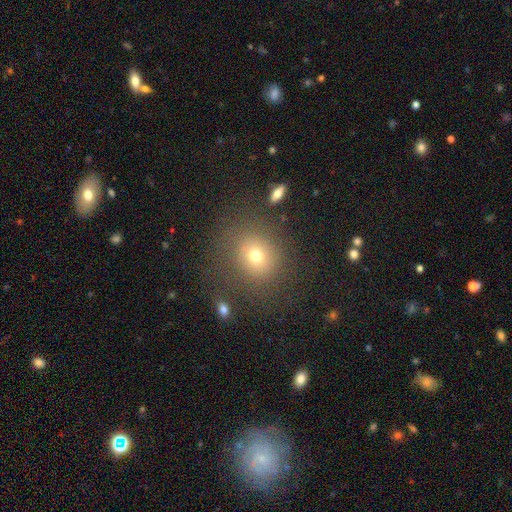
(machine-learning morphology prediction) This is likely a smooth galaxy (70%). How rounded: likely round (78%). Merging: likely none (79%).